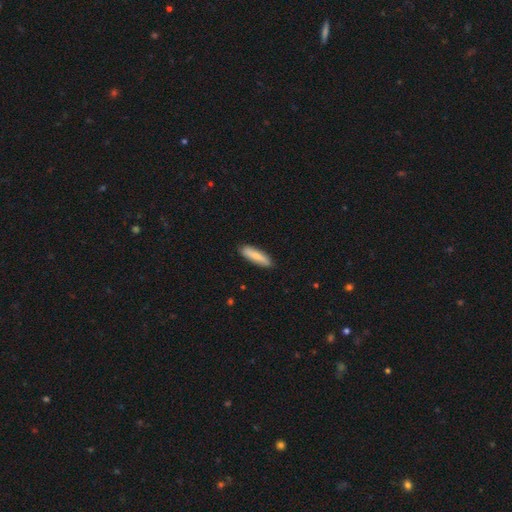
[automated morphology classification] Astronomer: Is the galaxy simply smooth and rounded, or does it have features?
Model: smooth — 76%.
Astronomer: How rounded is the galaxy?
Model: cigar-shaped — 70%.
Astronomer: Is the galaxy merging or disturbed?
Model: none — 88%.